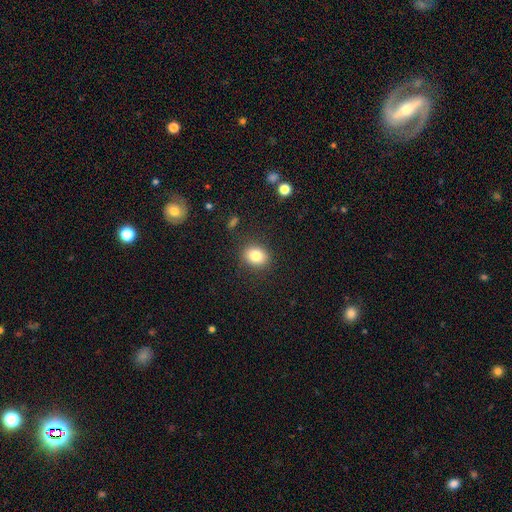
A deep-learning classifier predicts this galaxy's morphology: Overall: smooth (82%). How rounded: round (57%; in between 42%). Merging: none (86%).